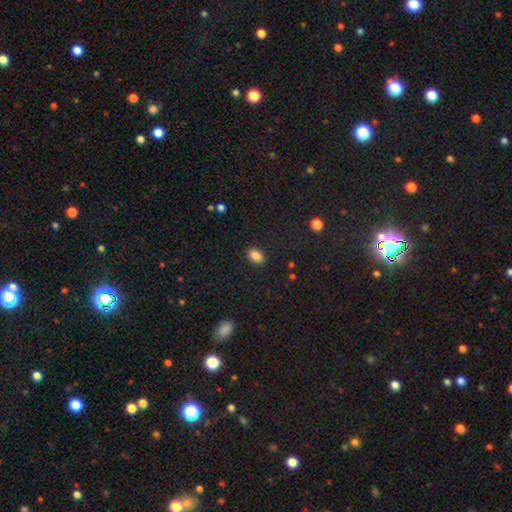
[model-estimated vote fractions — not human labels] Smooth or featured?
  - smooth: 87% *
  - star or artifact: 9%
  - featured or disk: 4%
How rounded?
  - in between: 85% *
  - round: 14%
  - cigar-shaped: 1%
Merging?
  - none: 87% *
  - minor disturbance: 9%
  - major disturbance: 3%
  - merger: 1%